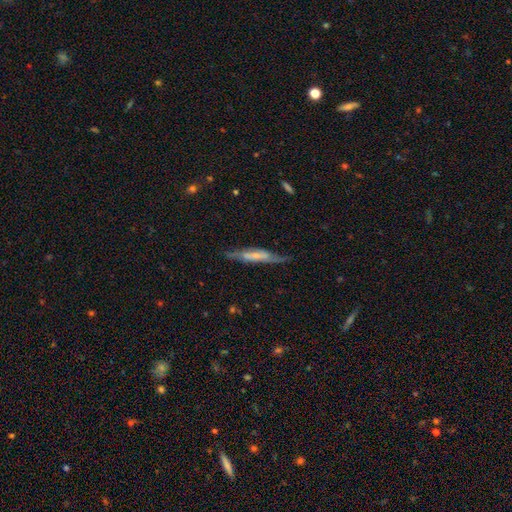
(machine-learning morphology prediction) Smooth or featured?
  - featured or disk: 63% *
  - smooth: 31%
  - star or artifact: 7%
Edge-on disk?
  - yes: 69% *
  - no: 31%
Merging?
  - none: 65% *
  - minor disturbance: 23%
  - major disturbance: 9%
  - merger: 3%